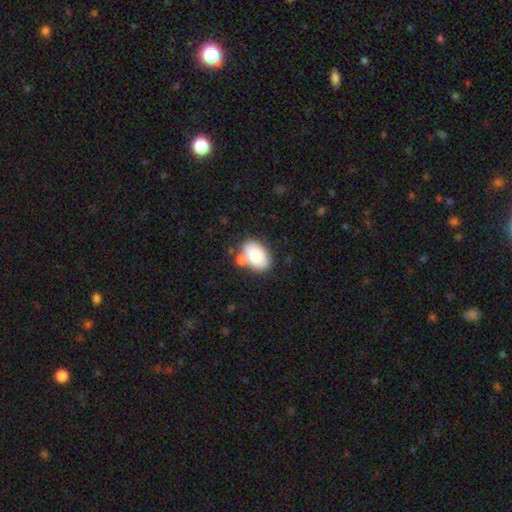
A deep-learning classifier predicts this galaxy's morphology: Q: Smooth or featured?
A: smooth (77%); runner-up: featured or disk (16%)
Q: How rounded?
A: in between (88%); runner-up: round (11%)
Q: Merging?
A: none (63%); runner-up: merger (19%)